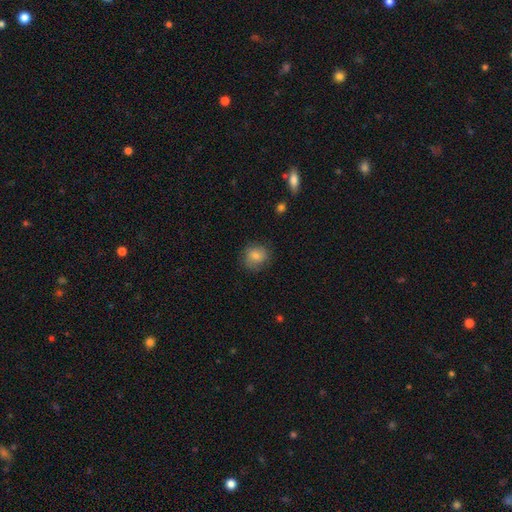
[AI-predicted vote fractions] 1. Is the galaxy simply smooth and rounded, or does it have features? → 76% smooth, 16% featured or disk, 8% star or artifact.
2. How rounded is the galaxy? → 77% round, 22% in between, 1% cigar-shaped.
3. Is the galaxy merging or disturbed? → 76% none, 18% minor disturbance, 6% major disturbance, 1% merger.